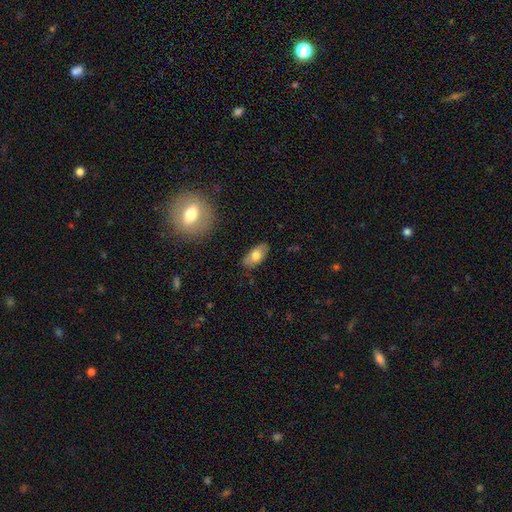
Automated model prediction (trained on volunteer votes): smooth 71%, featured or disk 22%, star or artifact 7%. Down the decision tree: how rounded — in between (92%); merging — none (81%).